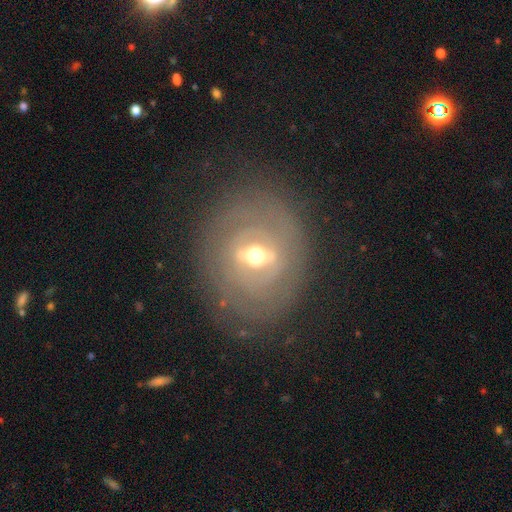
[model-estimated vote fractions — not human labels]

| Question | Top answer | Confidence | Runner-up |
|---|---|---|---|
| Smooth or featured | featured or disk | 78% | smooth (15%) |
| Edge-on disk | no | 88% | yes (12%) |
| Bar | strong | 54% | weak (32%) |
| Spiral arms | yes | 51% | no (49%) |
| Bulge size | moderate | 68% | small (23%) |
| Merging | none | 80% | minor disturbance (12%) |